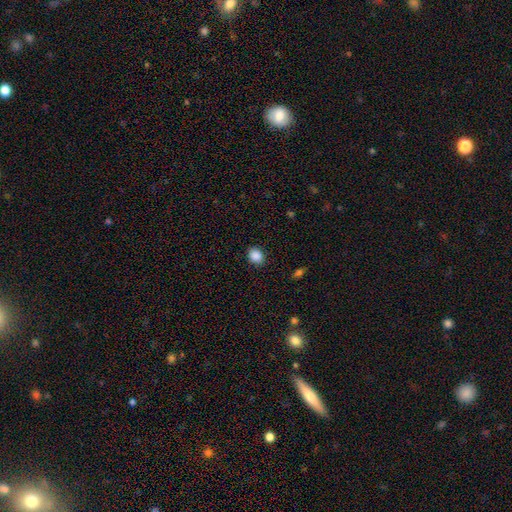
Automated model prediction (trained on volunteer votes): smooth_or_featured: smooth (p=0.88) [alt: star or artifact p=0.09]
how_rounded: round (p=0.52) [alt: in between p=0.47]
merging: none (p=0.88) [alt: minor disturbance p=0.09]